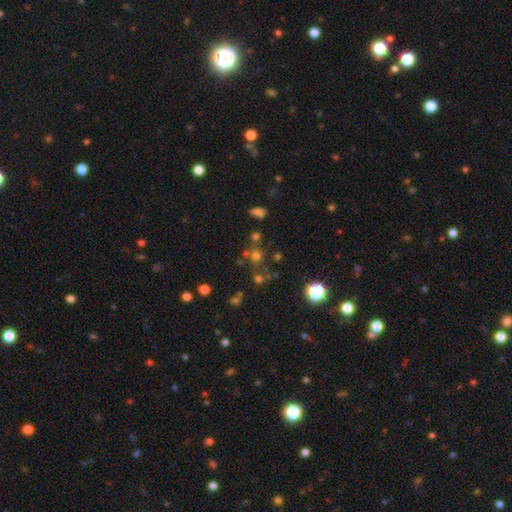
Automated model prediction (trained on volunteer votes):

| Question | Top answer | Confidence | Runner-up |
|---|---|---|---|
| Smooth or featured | smooth | 56% | star or artifact (33%) |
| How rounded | round | 89% | in between (10%) |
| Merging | none | 64% | merger (21%) |